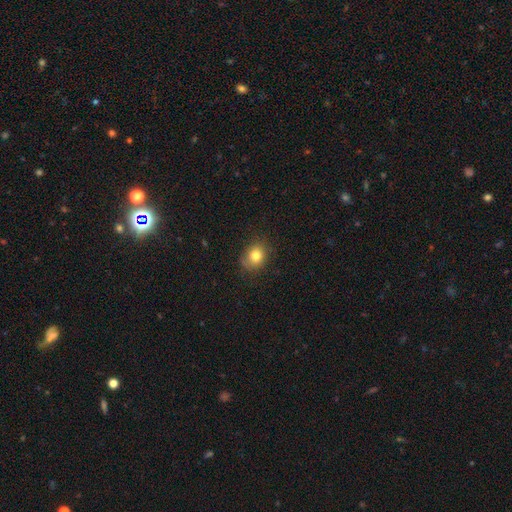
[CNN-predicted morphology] Smooth or featured? Predicted: smooth (p=0.80). How rounded? Predicted: round (p=0.58). Merging? Predicted: none (p=0.78).